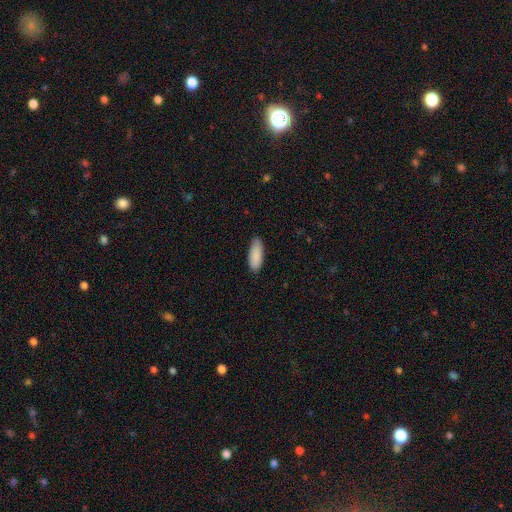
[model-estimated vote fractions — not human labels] A smooth galaxy with no disk features (90%) that is in between round and cigar-shaped (74%). Merging: none (85%).